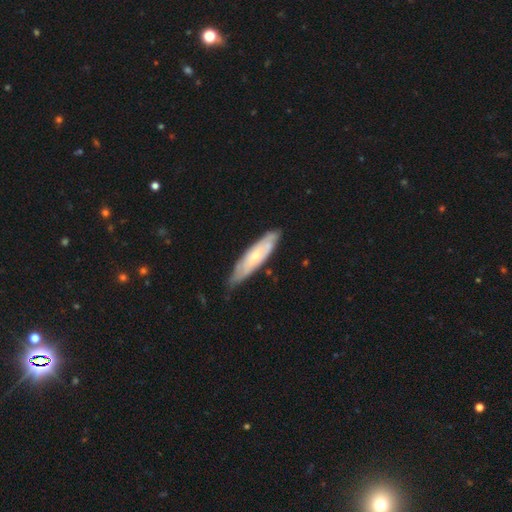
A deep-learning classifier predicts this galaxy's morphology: This appears to be a featured or disk galaxy (54%). Merging: none (77%).